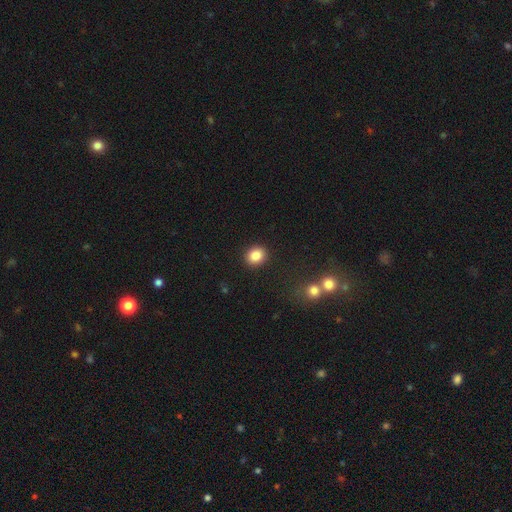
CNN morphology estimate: This appears to be a smooth galaxy with no disk features (85%) that is round (70%). Merging: none (91%).